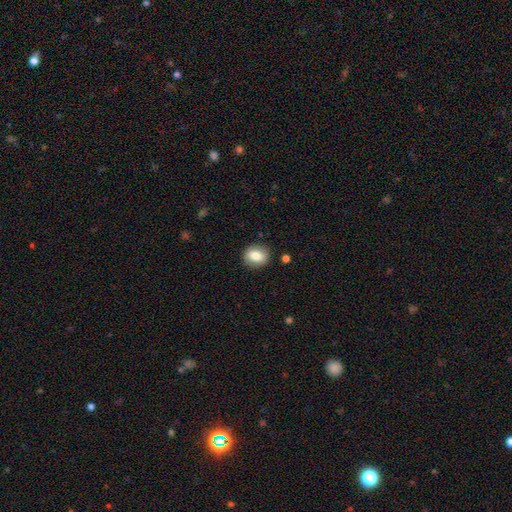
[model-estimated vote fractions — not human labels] Morphology: type=smooth (80%); roundness=round (65%); merging=none (88%).